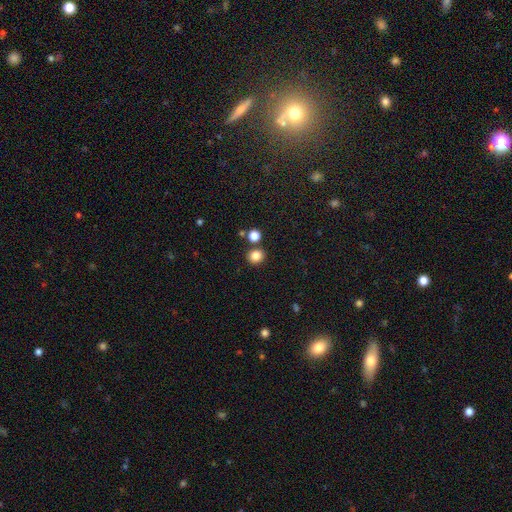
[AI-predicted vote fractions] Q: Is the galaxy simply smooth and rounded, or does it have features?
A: smooth — 83%.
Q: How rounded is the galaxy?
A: round — 84%.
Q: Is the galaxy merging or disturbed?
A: none — 82%.